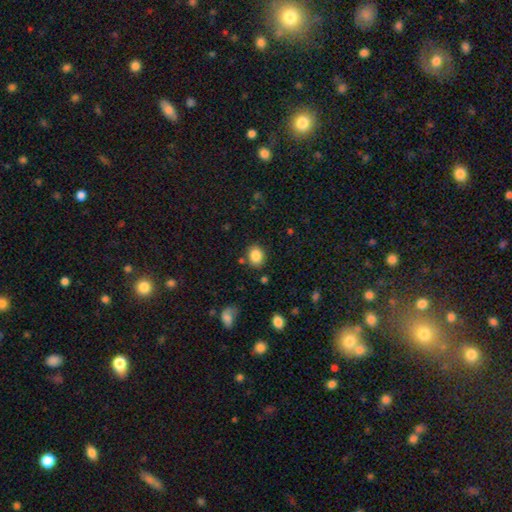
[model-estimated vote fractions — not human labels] smooth-or-featured: smooth: 86% | star or artifact: 9% | featured or disk: 5%
  how-rounded: in between: 54% | round: 45% | cigar-shaped: 1%
  merging: none: 82% | minor disturbance: 11% | merger: 3% | major disturbance: 3%